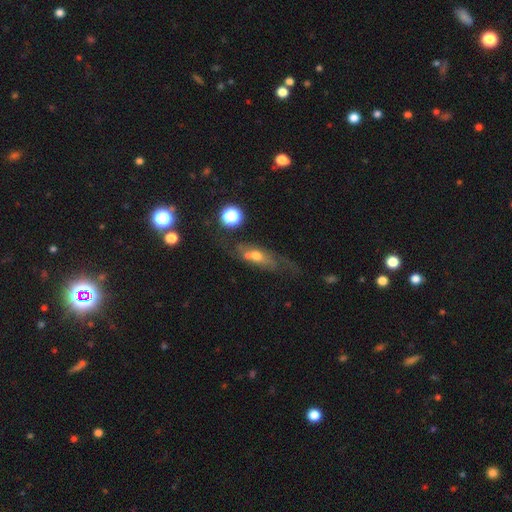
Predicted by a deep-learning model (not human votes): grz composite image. It shows a featured or disk galaxy (47%). Merging: none (43%).